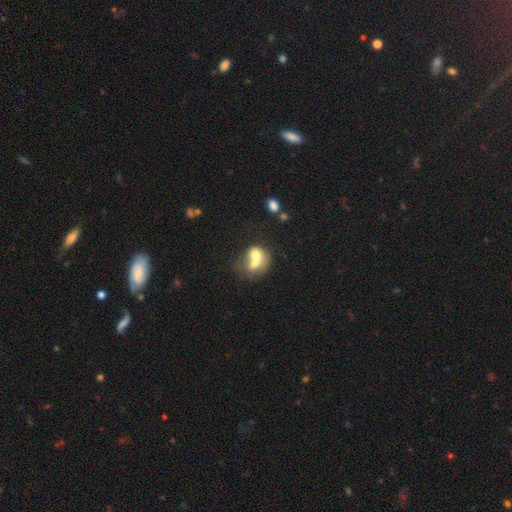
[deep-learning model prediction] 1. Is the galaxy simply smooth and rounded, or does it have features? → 60% smooth, 31% featured or disk, 9% star or artifact.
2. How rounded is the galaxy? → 49% round (tied), 49% in between (tied), 1% cigar-shaped.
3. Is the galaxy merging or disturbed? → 71% merger, 16% none, 7% minor disturbance, 5% major disturbance.